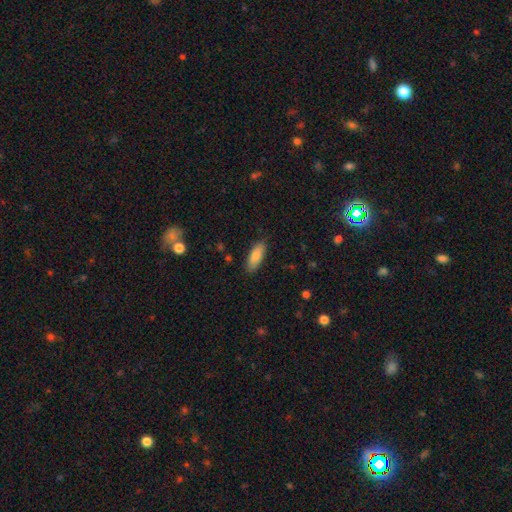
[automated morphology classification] Smooth or featured: smooth — 84% (featured or disk — 10%)
How rounded: in between — 75% (cigar-shaped — 23%)
Merging: none — 86% (minor disturbance — 11%)